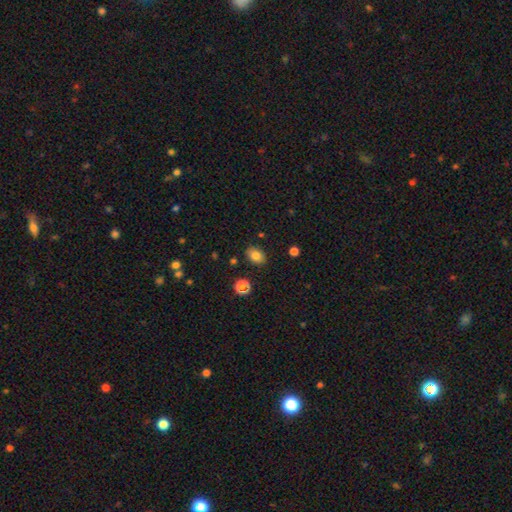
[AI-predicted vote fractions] Smooth or featured: smooth — 81% (star or artifact — 11%)
How rounded: in between — 76% (round — 23%)
Merging: none — 85% (minor disturbance — 10%)